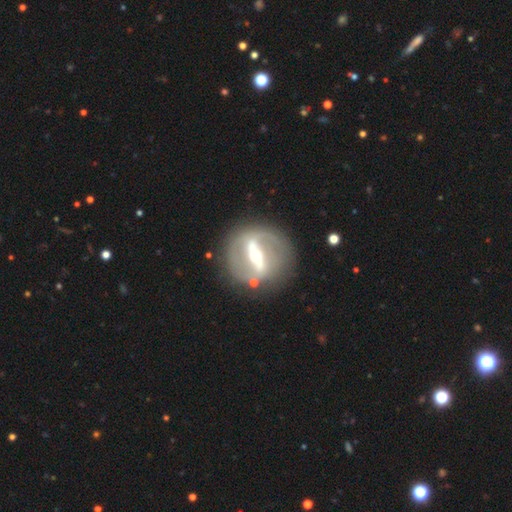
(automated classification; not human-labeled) Overall: featured or disk (82%). Edge-on disk: no (85%). Bar: strong (76%). Spiral arms: yes (52%; no 48%). Bulge size: small (48%; moderate 46%). Merging: none (79%).